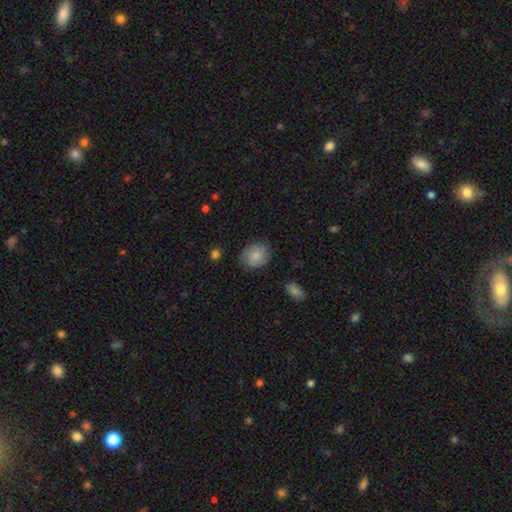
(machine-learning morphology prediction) Smooth or featured?
  - smooth: 72% *
  - featured or disk: 21%
  - star or artifact: 7%
How rounded?
  - round: 54% *
  - in between: 45%
  - cigar-shaped: 1%
Merging?
  - none: 77% *
  - minor disturbance: 17%
  - major disturbance: 4%
  - merger: 1%